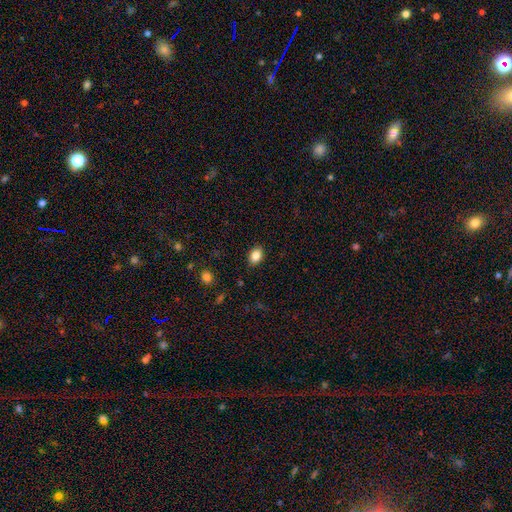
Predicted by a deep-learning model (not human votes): A smooth galaxy with no disk features (86%) that is in between round and cigar-shaped (76%).

Vote fractions:
- Smooth or featured? smooth: 86% / star or artifact: 9% / featured or disk: 5%
- How rounded? in between: 76% / round: 23% / cigar-shaped: 1%
- Merging? none: 88% / minor disturbance: 9% / major disturbance: 2% / merger: 1%